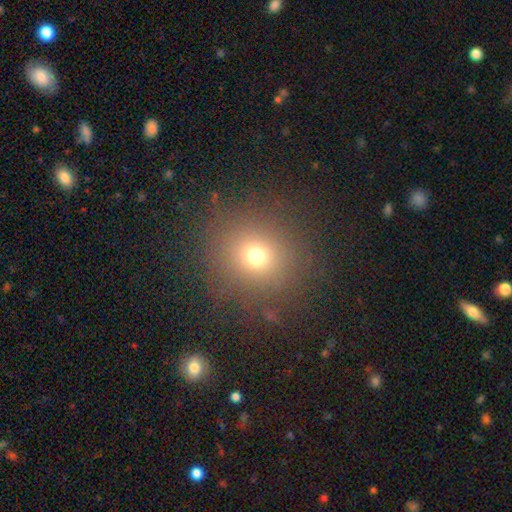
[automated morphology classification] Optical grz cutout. It shows a smooth galaxy with no disk features (70%) that is round (88%). Merging: none (85%).